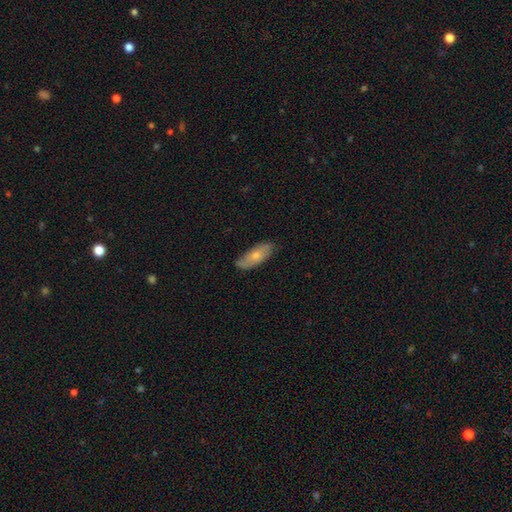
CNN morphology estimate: smooth_or_featured: smooth (p=0.65) [alt: featured or disk p=0.29]
how_rounded: in between (p=0.75) [alt: cigar-shaped p=0.22]
merging: none (p=0.77) [alt: minor disturbance p=0.18]